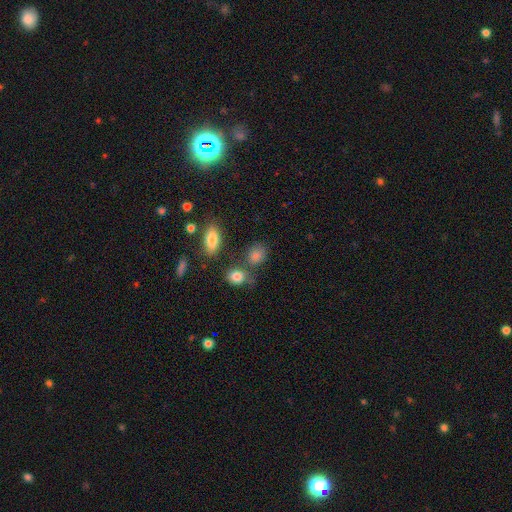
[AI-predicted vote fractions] Smooth or featured?
  - smooth: 81% *
  - star or artifact: 12%
  - featured or disk: 7%
How rounded?
  - in between: 49% *
  - round: 48%
  - cigar-shaped: 2%
Merging?
  - none: 63% *
  - minor disturbance: 15%
  - merger: 15%
  - major disturbance: 6%